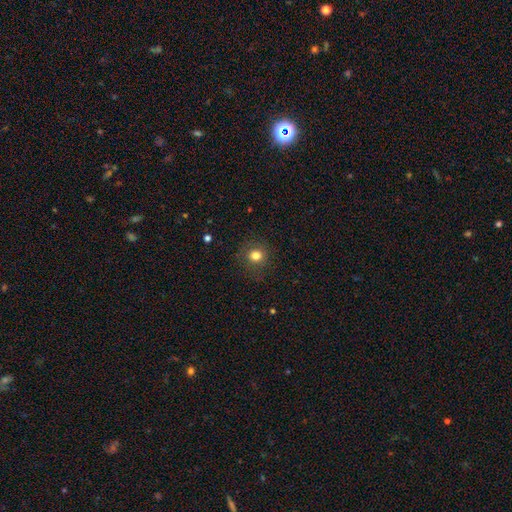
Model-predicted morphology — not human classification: A smooth galaxy with no disk features (79%) that is round (89%). Merging: none (85%).